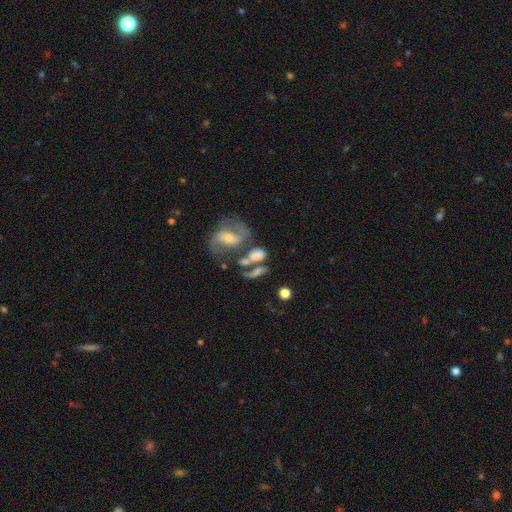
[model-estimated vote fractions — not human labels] smooth_or_featured: featured or disk (p=0.53) [alt: smooth p=0.37]
disk_edge_on: no (p=0.92) [alt: yes p=0.08]
merging: merger (p=0.42) [alt: none p=0.30]